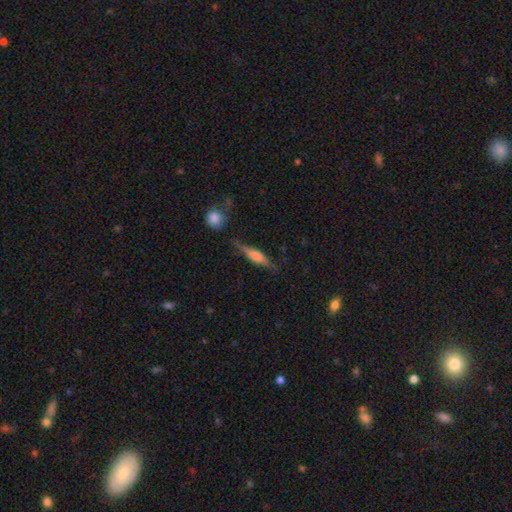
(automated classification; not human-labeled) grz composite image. It shows a featured or disk galaxy (48%). Merging: none (75%).